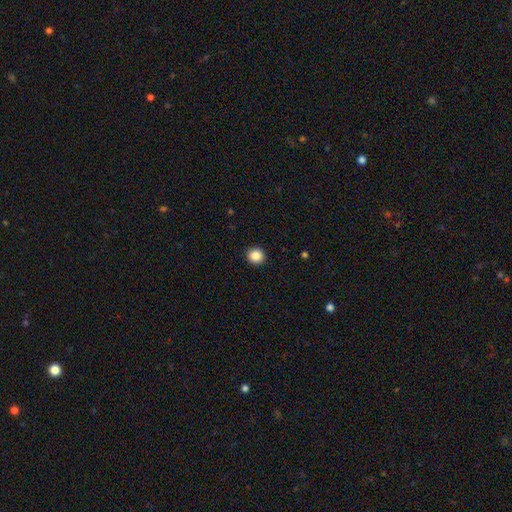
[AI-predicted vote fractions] The model was most divided on "smooth or featured": smooth: 86%, star or artifact: 10%, featured or disk: 4%. More confident: merging — none (93%); how rounded — round (90%).